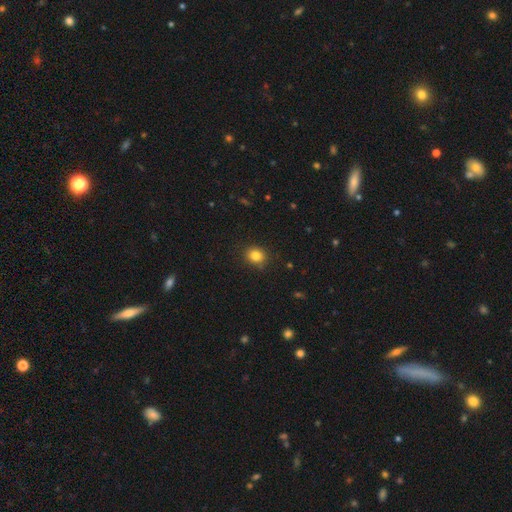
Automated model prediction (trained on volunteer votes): This appears to be a smooth galaxy with no disk features (83%) that is round (70%). Merging: none (87%).